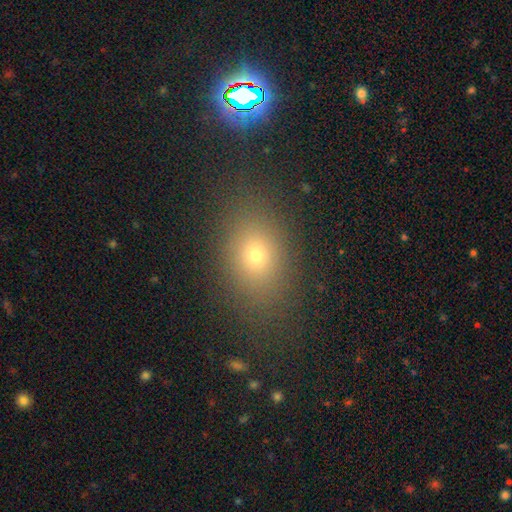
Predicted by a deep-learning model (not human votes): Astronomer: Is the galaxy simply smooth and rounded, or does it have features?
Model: smooth — 71%.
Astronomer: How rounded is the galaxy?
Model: in between — 67%.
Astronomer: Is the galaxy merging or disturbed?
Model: none — 80%.